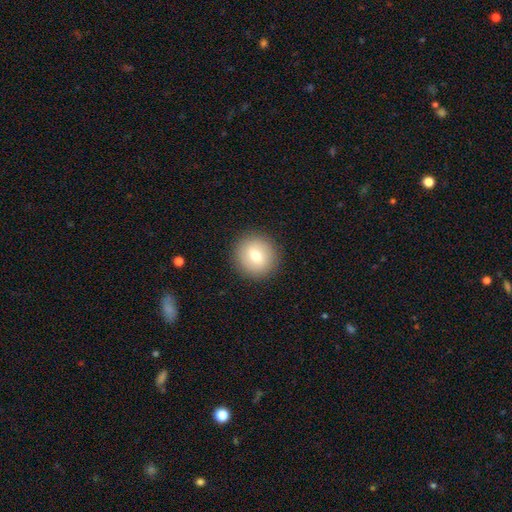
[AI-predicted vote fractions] The model was most divided on "smooth or featured": smooth: 74%, featured or disk: 17%, star or artifact: 9%. More confident: how rounded — round (92%); merging — none (91%).